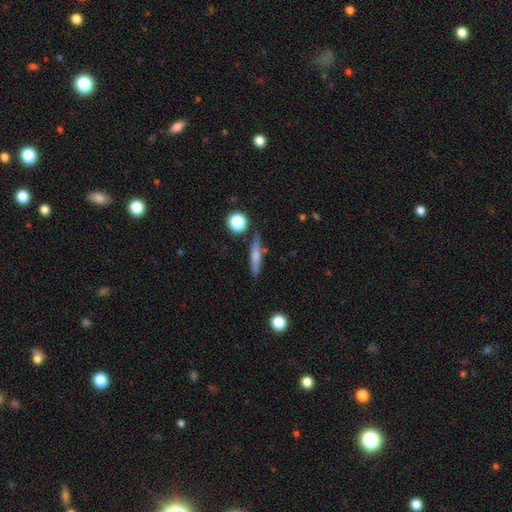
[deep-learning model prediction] Smooth or featured: smooth — 60% (featured or disk — 31%)
How rounded: cigar-shaped — 82% (in between — 13%)
Merging: none — 80% (minor disturbance — 13%)